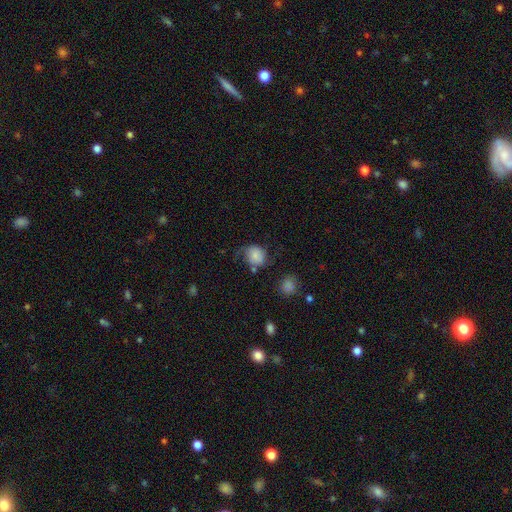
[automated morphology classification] The model was most divided on "merging": none: 49%, minor disturbance: 29%, major disturbance: 15%, merger: 6%. More confident: smooth or featured — smooth (79%); how rounded — round (72%).